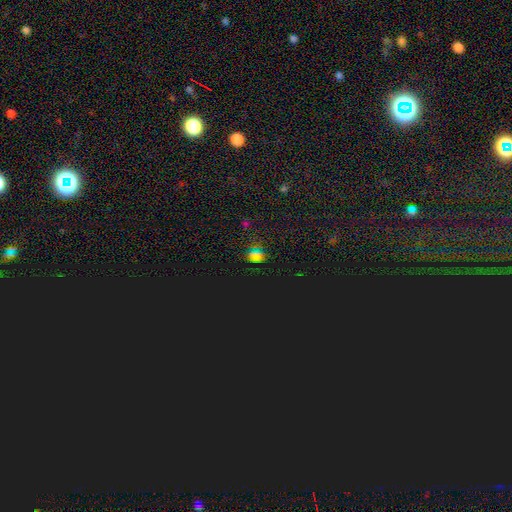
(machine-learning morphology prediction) type=star or artifact (68%).